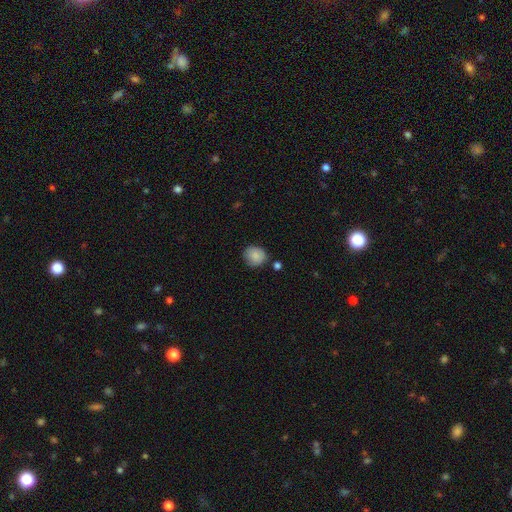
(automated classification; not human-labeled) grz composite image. It shows a smooth galaxy with no disk features (86%) that is round (82%). Merging: none (78%).